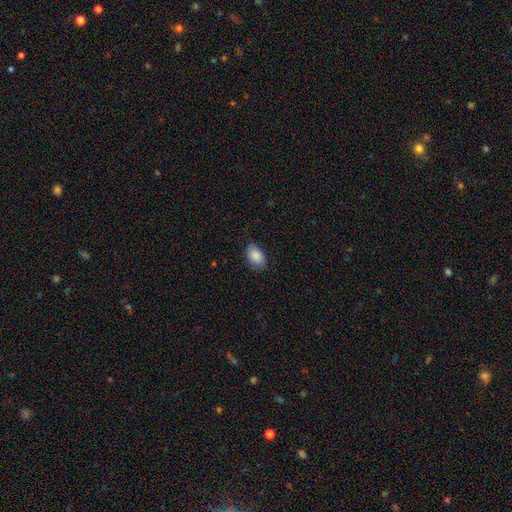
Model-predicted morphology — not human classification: A smooth galaxy with no disk features (88%) that is in between round and cigar-shaped (87%).

Vote fractions:
- Smooth or featured? smooth: 88% / star or artifact: 7% / featured or disk: 5%
- How rounded? in between: 87% / round: 12% / cigar-shaped: 1%
- Merging? none: 80% / minor disturbance: 16% / major disturbance: 3% / merger: 1%